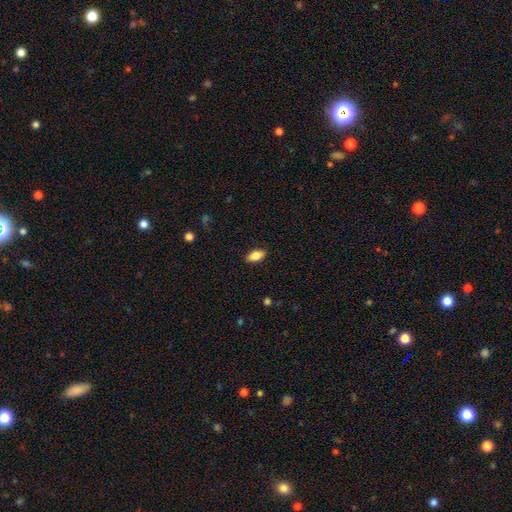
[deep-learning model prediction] smooth 83%, featured or disk 10%, star or artifact 7%. Down the decision tree: how rounded — in between (90%); merging — none (89%).